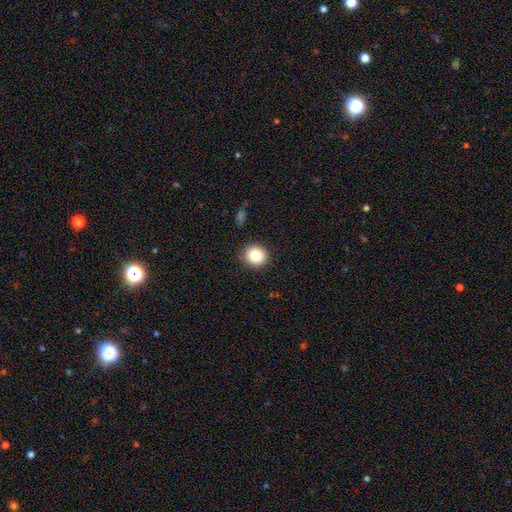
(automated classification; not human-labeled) The model was most divided on "smooth or featured": smooth: 83%, star or artifact: 10%, featured or disk: 7%. More confident: merging — none (90%); how rounded — round (89%).